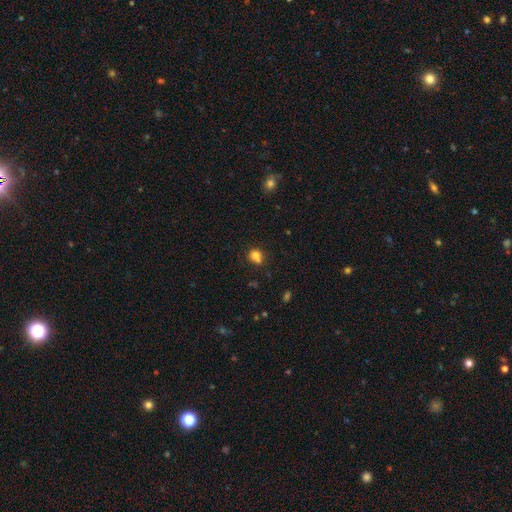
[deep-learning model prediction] Smooth or featured? smooth (78%)
How rounded? round (69%)
Merging? none (49%)